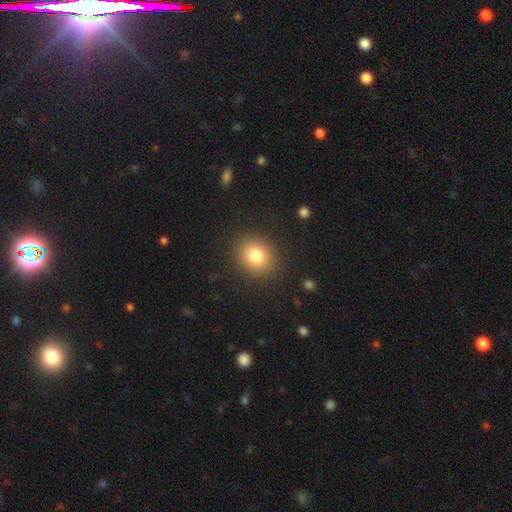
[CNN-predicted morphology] This is clearly a smooth galaxy (80%). How rounded: likely round (69%). Merging: clearly none (89%).